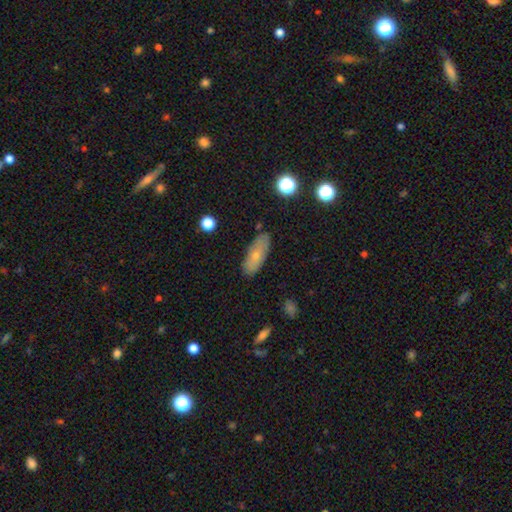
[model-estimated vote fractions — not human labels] Q: Smooth or featured?
A: smooth (64%); runner-up: featured or disk (27%)
Q: How rounded?
A: in between (74%); runner-up: cigar-shaped (23%)
Q: Merging?
A: none (81%); runner-up: minor disturbance (14%)